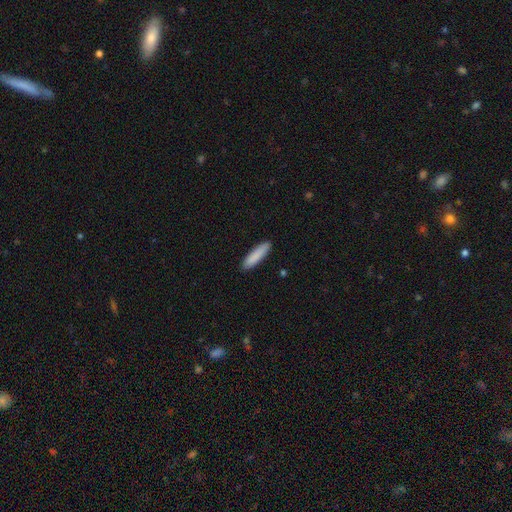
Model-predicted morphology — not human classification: type=smooth (88%); roundness=cigar-shaped (78%); merging=none (90%).